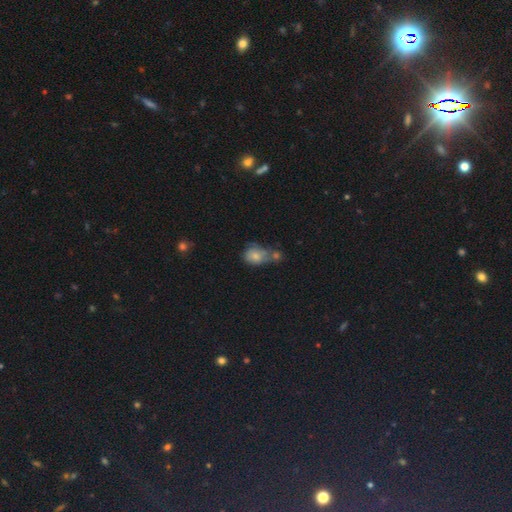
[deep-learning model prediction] smooth 70%, featured or disk 20%, star or artifact 11%. Down the decision tree: how rounded — in between (56%); merging — merger (43%).